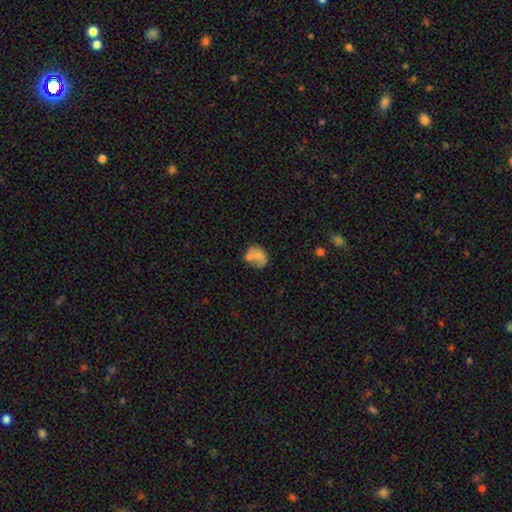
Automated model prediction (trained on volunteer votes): Morphology: type=smooth (67%); roundness=round (54%); merging=none (38%).